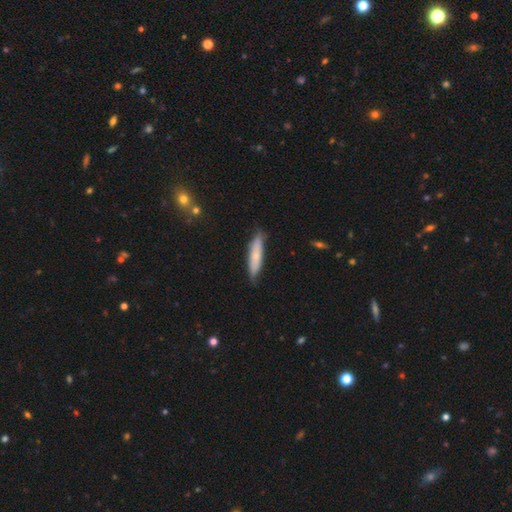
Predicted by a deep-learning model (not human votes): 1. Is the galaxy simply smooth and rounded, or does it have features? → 68% smooth, 26% featured or disk, 6% star or artifact.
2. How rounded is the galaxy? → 80% cigar-shaped, 19% in between, 2% round.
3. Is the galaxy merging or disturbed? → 78% none, 18% minor disturbance, 3% major disturbance, 1% merger.